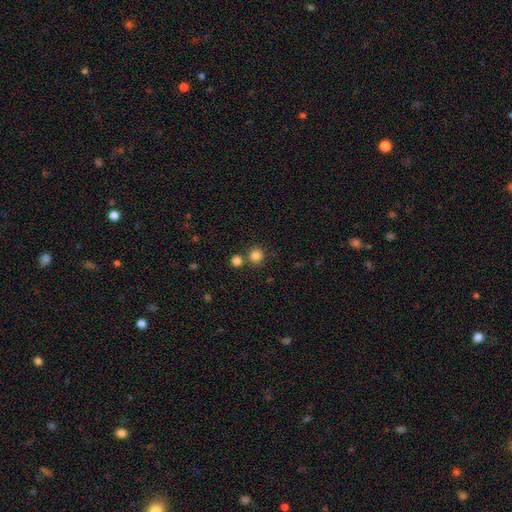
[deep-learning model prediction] Smooth or featured? smooth (82%)
How rounded? round (91%)
Merging? none (71%)